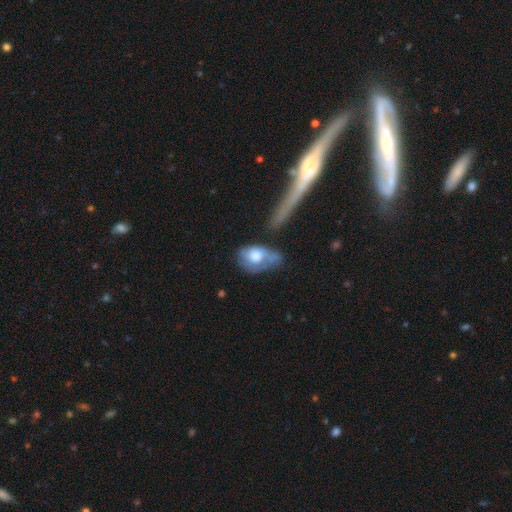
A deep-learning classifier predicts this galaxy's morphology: The model was most divided on "merging": major disturbance: 32%, minor disturbance: 28%, none: 25%, merger: 15%. More confident: how rounded — in between (79%); smooth or featured — smooth (59%).